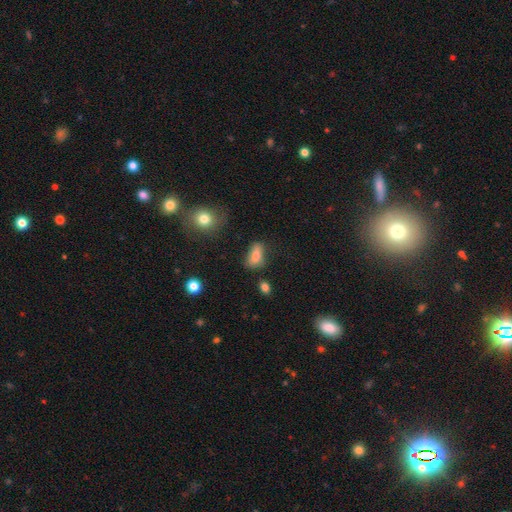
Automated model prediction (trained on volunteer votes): This appears to be a smooth galaxy with no disk features (71%) that is in between round and cigar-shaped (82%). Merging: none (56%).